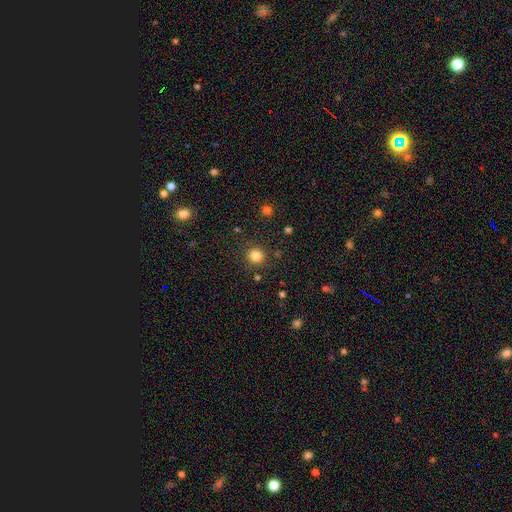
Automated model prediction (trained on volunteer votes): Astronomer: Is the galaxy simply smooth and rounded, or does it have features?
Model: smooth — 83%.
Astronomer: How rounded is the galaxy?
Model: round — 93%.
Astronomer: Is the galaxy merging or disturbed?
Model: none — 89%.